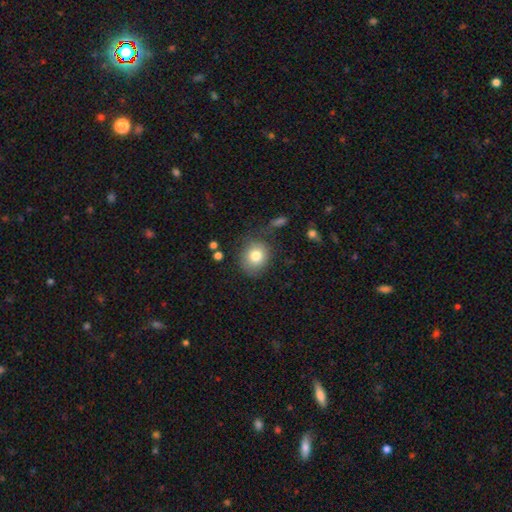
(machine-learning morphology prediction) The model was most divided on "how rounded": round: 73%, in between: 26%, cigar-shaped: 1%. More confident: smooth or featured — smooth (78%); merging — none (76%).